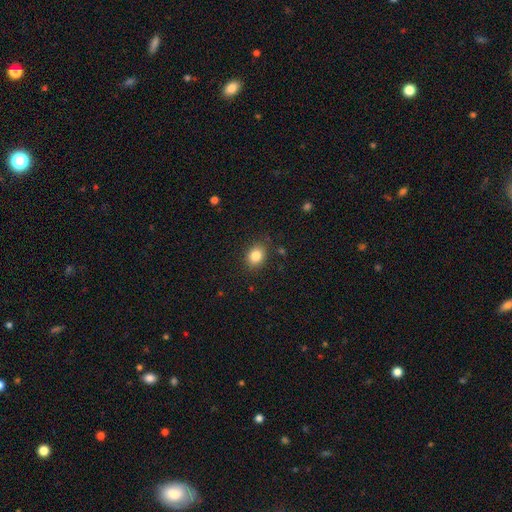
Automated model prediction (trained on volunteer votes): A smooth galaxy with no disk features (84%) that is in between round and cigar-shaped (52%).

Vote fractions:
- Smooth or featured? smooth: 84% / star or artifact: 10% / featured or disk: 6%
- How rounded? in between: 52% / round: 47% / cigar-shaped: 1%
- Merging? none: 85% / minor disturbance: 11% / major disturbance: 3% / merger: 1%